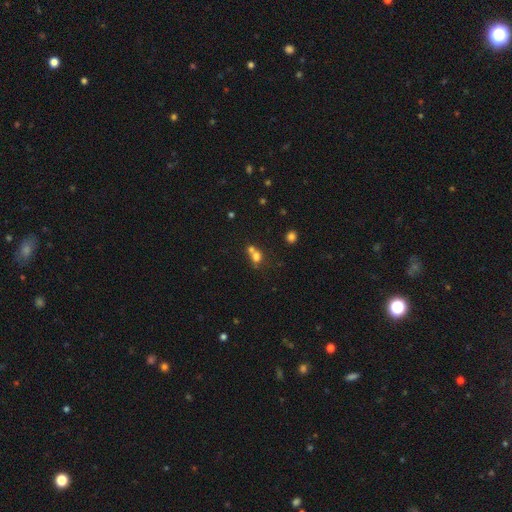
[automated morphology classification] Q: Smooth or featured?
A: smooth (69%); runner-up: star or artifact (16%)
Q: How rounded?
A: round (60%); runner-up: in between (38%)
Q: Merging?
A: merger (56%); runner-up: none (31%)